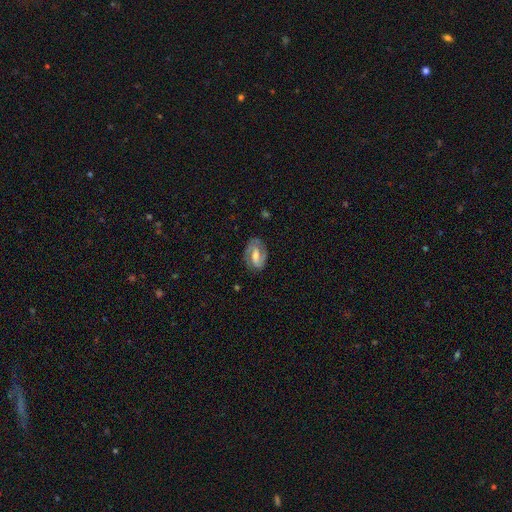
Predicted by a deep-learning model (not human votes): The model was most divided on "spiral winding": medium: 46%, tight: 39%, loose: 14%. Remaining: edge-on disk — no (97%); spiral arms — yes (93%); spiral arm count — 2 (87%); smooth or featured — featured or disk (79%); merging — none (78%); bulge size — moderate (48%); bar — weak (46%).